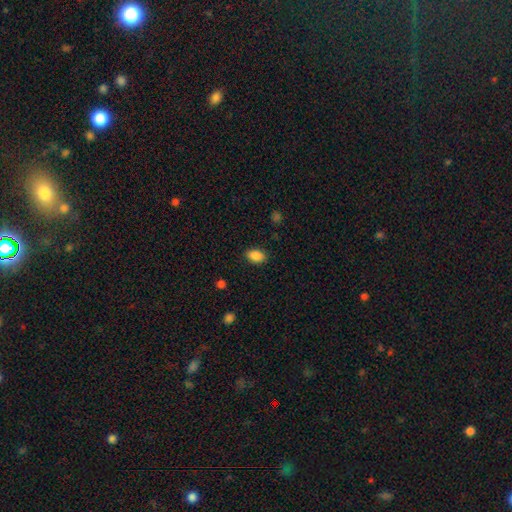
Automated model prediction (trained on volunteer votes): Overall: smooth (88%). How rounded: in between (88%). Merging: none (86%).